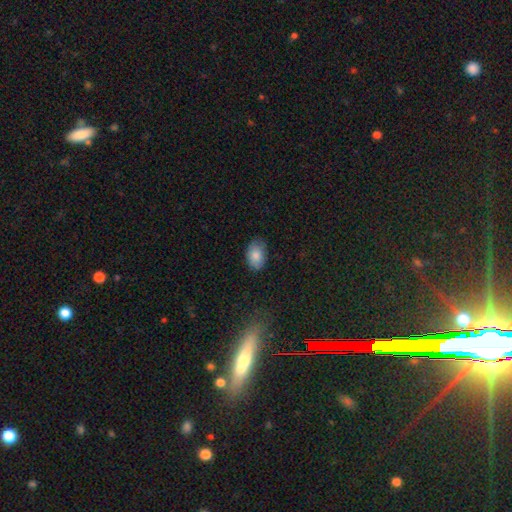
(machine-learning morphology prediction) Smooth or featured? smooth (85%)
How rounded? in between (87%)
Merging? none (75%)